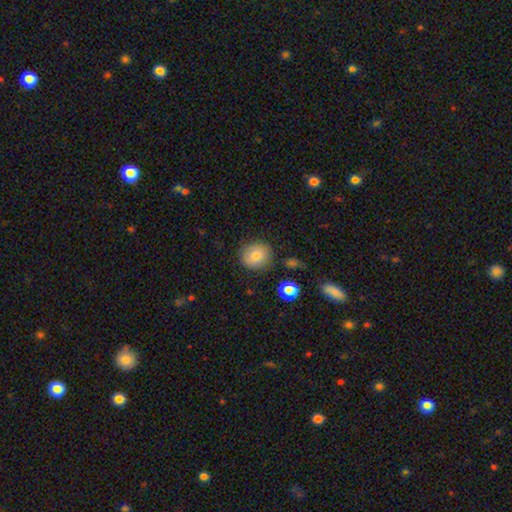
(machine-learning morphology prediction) Overall: smooth (81%). How rounded: round (87%). Merging: none (83%).